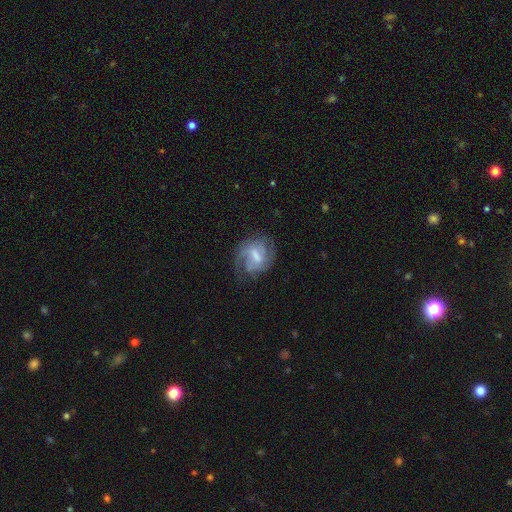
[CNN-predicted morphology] The model was most divided on "spiral winding": medium: 43%, tight: 38%, loose: 19%. Remaining: edge-on disk — no (97%); spiral arms — yes (88%); smooth or featured — featured or disk (73%); merging — none (59%); bar — weak (55%); spiral arm count — 2 (40%); bulge size — moderate (39%).